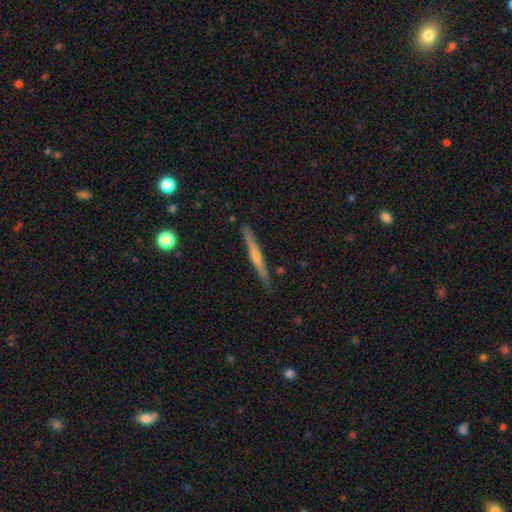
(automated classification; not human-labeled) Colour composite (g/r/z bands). It shows a featured or disk galaxy (60%) viewed edge-on (97%) with no central bulge (48%). Merging: none (88%).